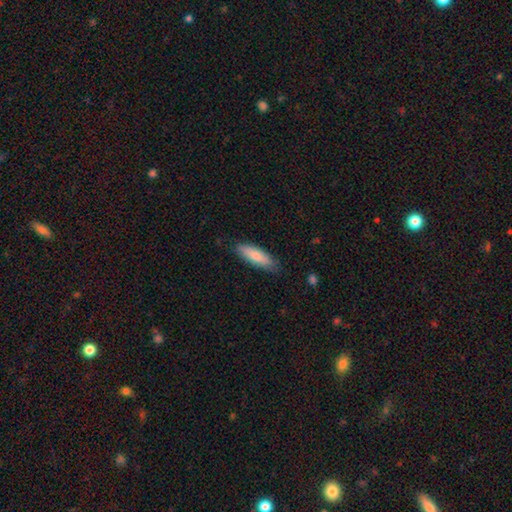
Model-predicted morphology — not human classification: Smooth or featured?
  - smooth: 81% *
  - featured or disk: 13%
  - star or artifact: 5%
How rounded?
  - cigar-shaped: 54% *
  - in between: 45%
  - round: 2%
Merging?
  - none: 82% *
  - minor disturbance: 14%
  - major disturbance: 2%
  - merger: 1%